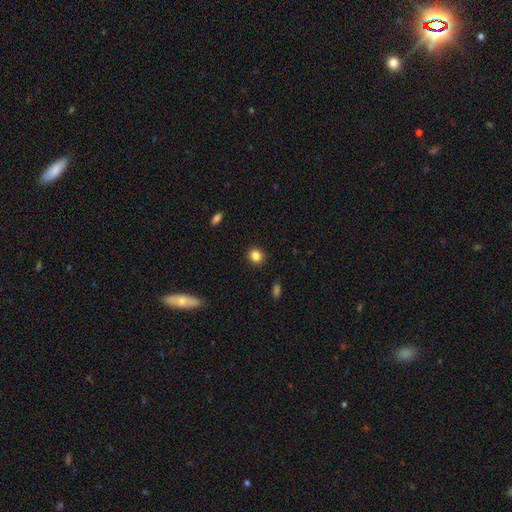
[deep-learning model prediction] smooth-or-featured: smooth: 85% | star or artifact: 11% | featured or disk: 4%
  how-rounded: round: 82% | in between: 17% | cigar-shaped: 1%
  merging: none: 91% | minor disturbance: 6% | major disturbance: 2% | merger: 1%